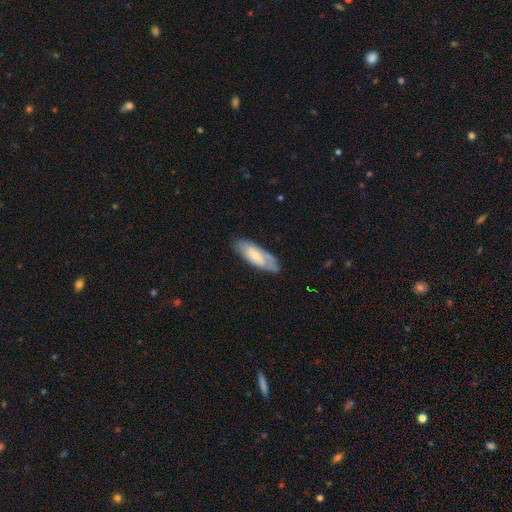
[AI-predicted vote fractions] smooth-or-featured: smooth: 55% | featured or disk: 39% | star or artifact: 6%
  how-rounded: in between: 68% | cigar-shaped: 31% | round: 2%
  merging: none: 70% | minor disturbance: 22% | major disturbance: 6% | merger: 2%